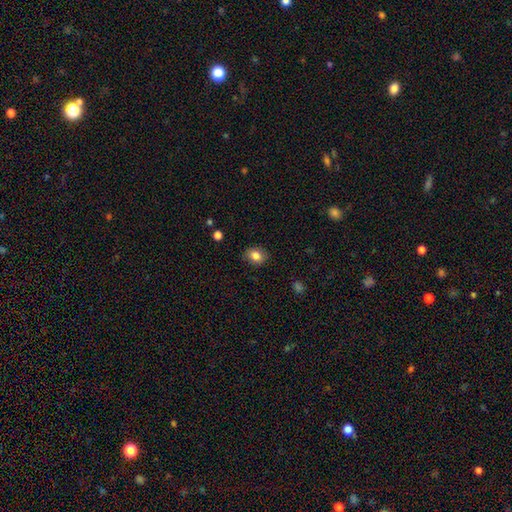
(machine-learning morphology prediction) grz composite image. It shows a smooth galaxy with no disk features (82%) that is in between round and cigar-shaped (53%). Merging: none (83%).